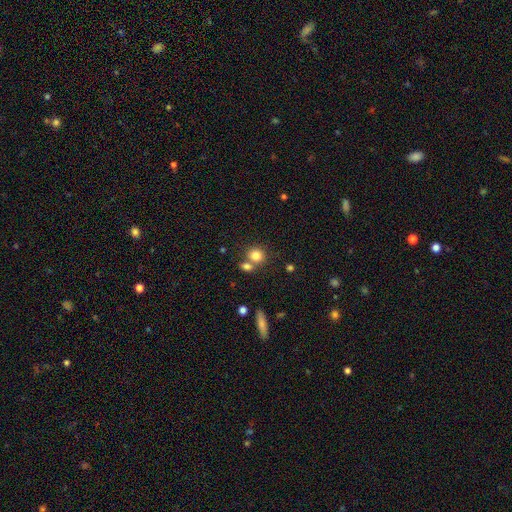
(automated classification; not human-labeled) smooth 81%, star or artifact 11%, featured or disk 8%. Down the decision tree: how rounded — round (81%); merging — none (57%).